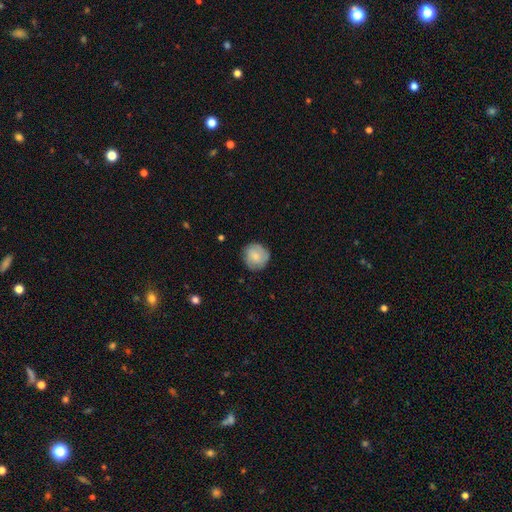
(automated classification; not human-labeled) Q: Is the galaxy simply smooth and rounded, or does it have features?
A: smooth — 72%.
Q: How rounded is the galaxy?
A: round — 92%.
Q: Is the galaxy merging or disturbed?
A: none — 82%.